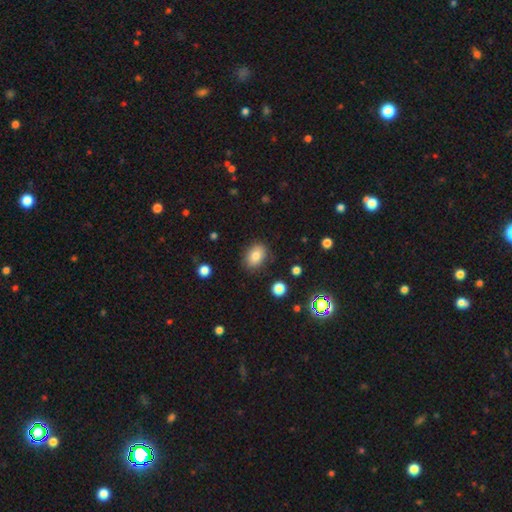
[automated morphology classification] A smooth galaxy with no disk features (81%) that is in between round and cigar-shaped (70%).

Vote fractions:
- Smooth or featured? smooth: 81% / star or artifact: 10% / featured or disk: 9%
- How rounded? in between: 70% / round: 29% / cigar-shaped: 1%
- Merging? none: 82% / minor disturbance: 13% / major disturbance: 3% / merger: 2%